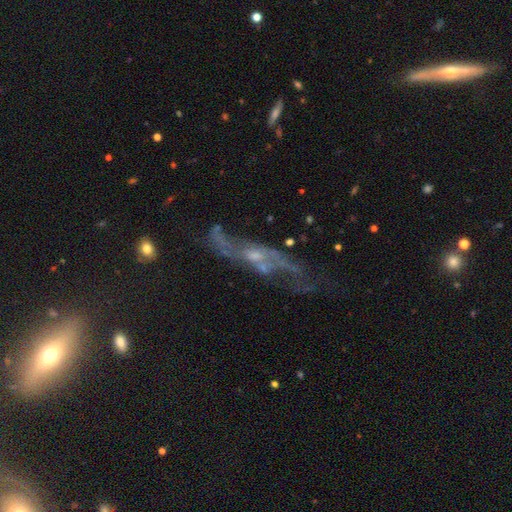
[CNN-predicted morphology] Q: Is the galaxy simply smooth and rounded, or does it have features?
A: featured or disk — 70%.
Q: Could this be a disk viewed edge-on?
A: no — 64%.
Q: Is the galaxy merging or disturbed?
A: none — 53%.